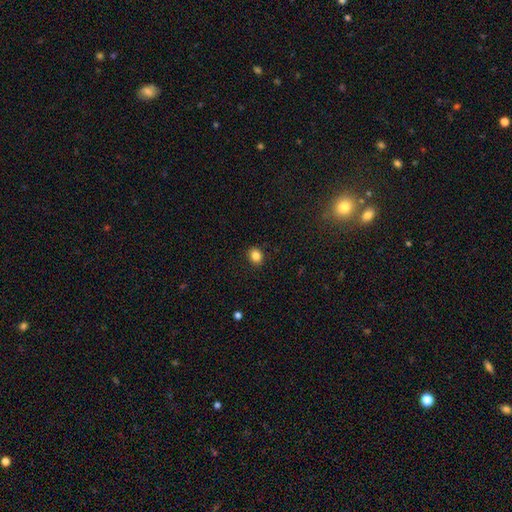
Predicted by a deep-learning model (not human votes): smooth_or_featured: smooth (p=0.84) [alt: star or artifact p=0.11]
how_rounded: round (p=0.60) [alt: in between p=0.39]
merging: none (p=0.90) [alt: minor disturbance p=0.07]